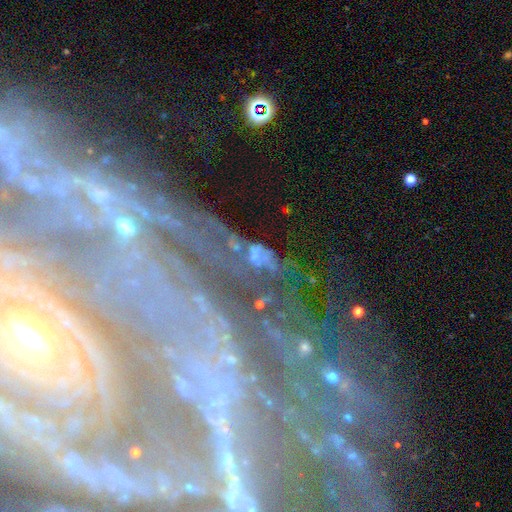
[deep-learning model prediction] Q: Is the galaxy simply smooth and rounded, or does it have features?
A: featured or disk — 53%.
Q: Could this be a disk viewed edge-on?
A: no — 87%.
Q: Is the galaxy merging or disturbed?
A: none — 58%.